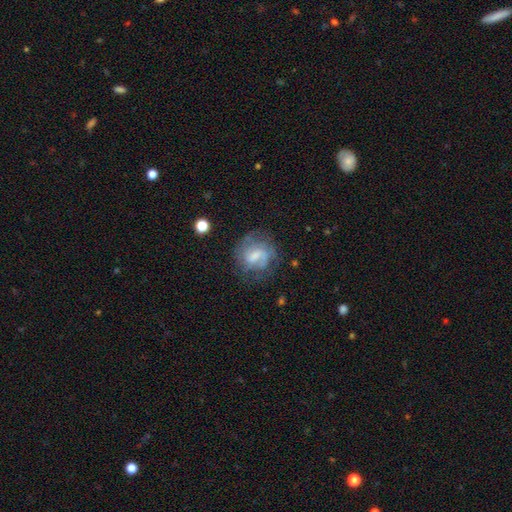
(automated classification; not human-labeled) A featured or disk galaxy (62%) with a weak bar (52%), spiral arms (81%) and a small central bulge (32%).

Vote fractions:
- Smooth or featured? featured or disk: 62% / smooth: 29% / star or artifact: 9%
- Edge-on disk? no: 97% / yes: 3%
- Bar? weak: 52% / no: 30% / strong: 18%
- Spiral arms? yes: 81% / no: 19%
- Bulge size? small: 32% / moderate: 31% / none: 26% / large: 9% / dominant: 2%
- Merging? none: 59% / minor disturbance: 21% / major disturbance: 17% / merger: 2%